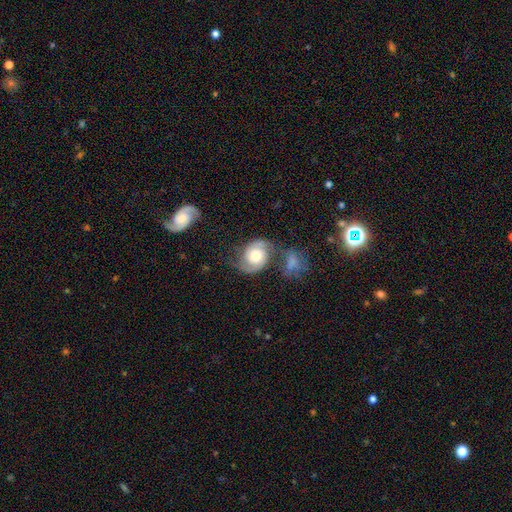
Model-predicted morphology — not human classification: The model was most divided on "spiral winding": medium: 51%, tight: 28%, loose: 21%. Remaining: edge-on disk — no (98%); spiral arms — yes (94%); spiral arm count — 2 (91%); smooth or featured — featured or disk (78%); bar — no (73%); bulge size — moderate (58%); merging — none (47%).